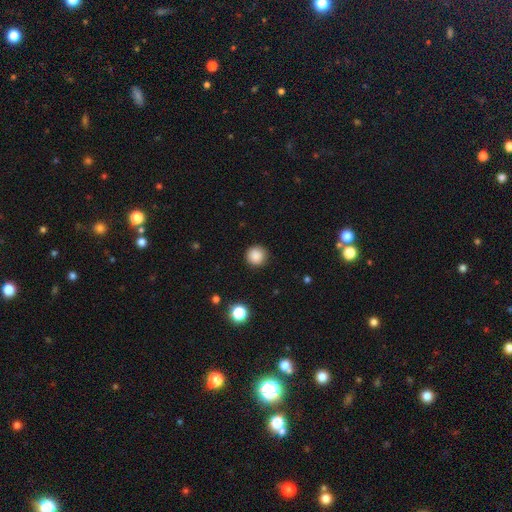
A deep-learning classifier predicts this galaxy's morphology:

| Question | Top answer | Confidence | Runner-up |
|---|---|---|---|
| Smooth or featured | smooth | 87% | star or artifact (10%) |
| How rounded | round | 95% | in between (4%) |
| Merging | none | 91% | minor disturbance (6%) |